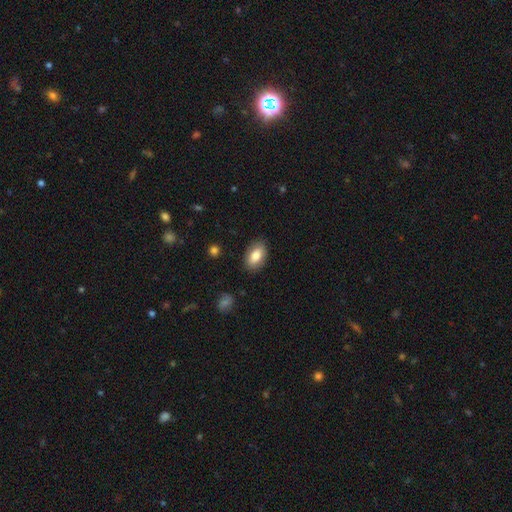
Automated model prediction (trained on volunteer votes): This is clearly a smooth galaxy (81%). How rounded: clearly in between (92%). Merging: clearly none (86%).